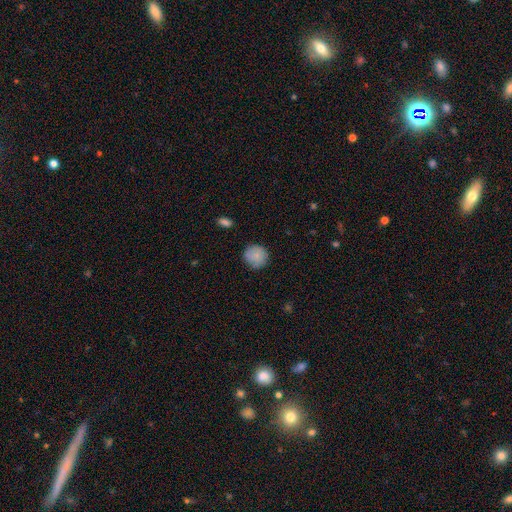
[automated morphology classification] The model was most divided on "merging": none: 84%, minor disturbance: 12%, major disturbance: 3%, merger: 1%. More confident: how rounded — round (92%); smooth or featured — smooth (85%).